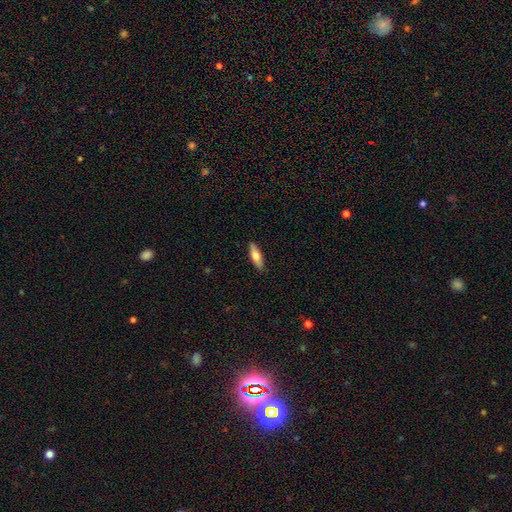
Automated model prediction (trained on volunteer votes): Smooth or featured?
  - smooth: 70% *
  - featured or disk: 25%
  - star or artifact: 6%
How rounded?
  - cigar-shaped: 51% *
  - in between: 47%
  - round: 2%
Merging?
  - none: 89% *
  - minor disturbance: 8%
  - major disturbance: 2%
  - merger: 1%